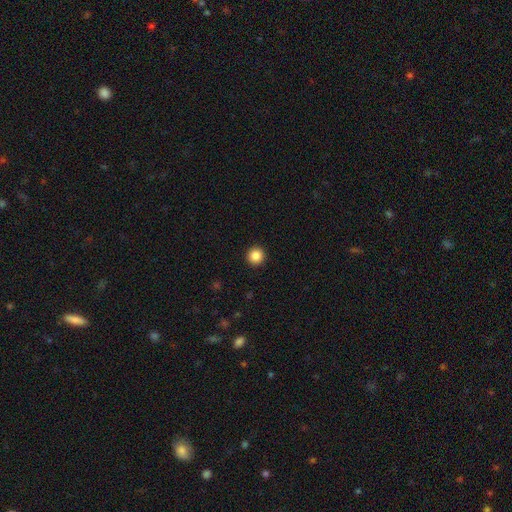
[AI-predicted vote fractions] Morphology: type=smooth (86%); roundness=round (96%); merging=none (93%).